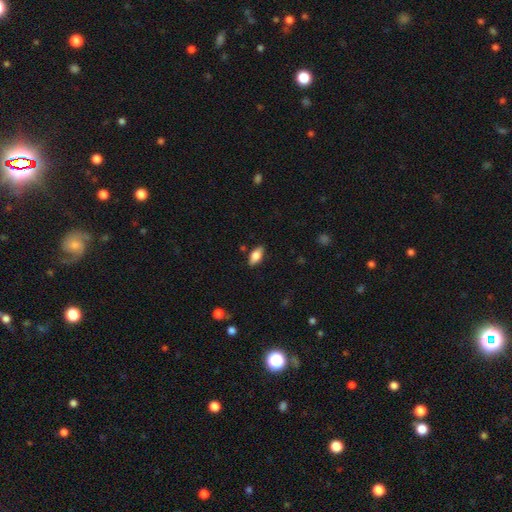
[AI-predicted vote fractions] Smooth or featured? smooth (76%)
How rounded? in between (87%)
Merging? none (85%)